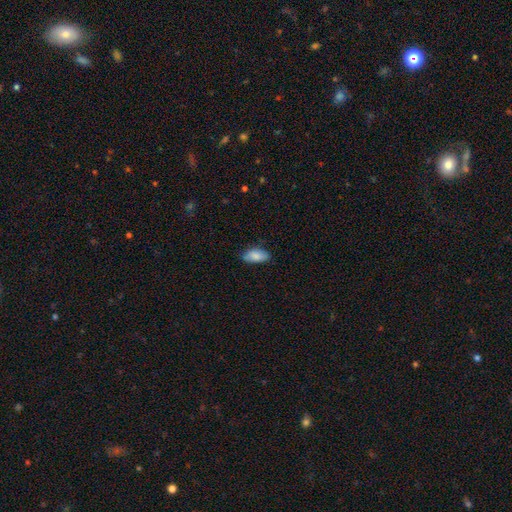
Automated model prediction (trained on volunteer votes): smooth-or-featured: smooth: 86% | featured or disk: 8% | star or artifact: 6%
  how-rounded: in between: 91% | cigar-shaped: 6% | round: 2%
  merging: none: 79% | minor disturbance: 17% | major disturbance: 3% | merger: 1%